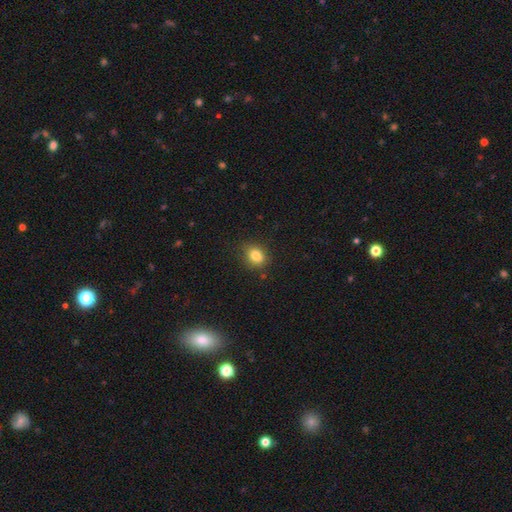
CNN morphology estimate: A smooth galaxy with no disk features (83%) that is round (50%). Merging: none (81%).